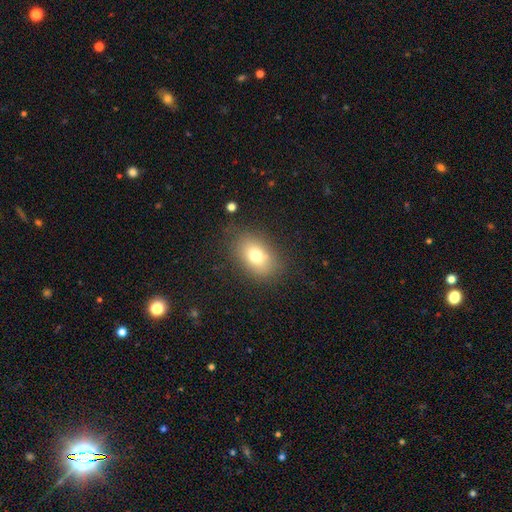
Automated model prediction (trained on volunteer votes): Q: Smooth or featured?
A: smooth (75%); runner-up: featured or disk (14%)
Q: How rounded?
A: in between (78%); runner-up: round (20%)
Q: Merging?
A: none (79%); runner-up: minor disturbance (14%)